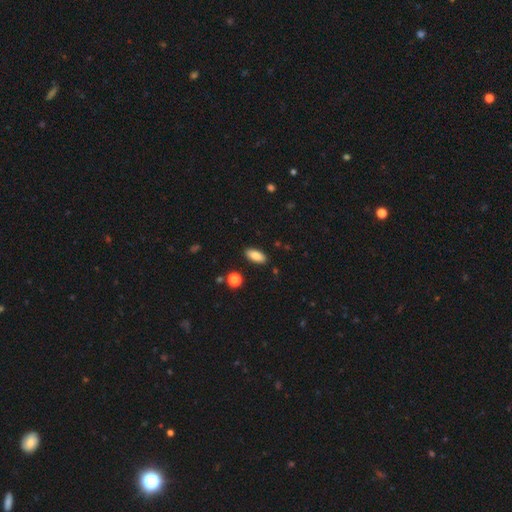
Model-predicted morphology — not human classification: Overall: smooth (85%). How rounded: in between (85%). Merging: none (88%).